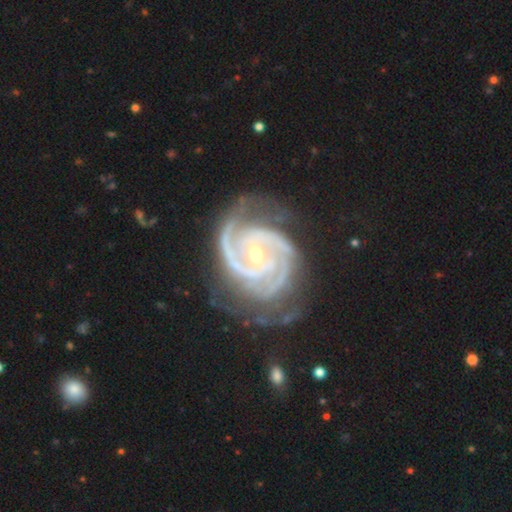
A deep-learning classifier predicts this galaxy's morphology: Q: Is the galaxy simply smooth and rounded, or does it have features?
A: featured or disk — 93%.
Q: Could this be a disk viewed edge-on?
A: no — 98%.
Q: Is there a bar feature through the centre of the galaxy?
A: no — 53%.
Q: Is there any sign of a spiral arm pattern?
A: yes — 99%.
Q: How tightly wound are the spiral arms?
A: tight — 68%.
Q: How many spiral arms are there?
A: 2 — 37%.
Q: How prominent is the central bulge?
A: small — 59%.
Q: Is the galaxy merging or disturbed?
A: none — 64%.